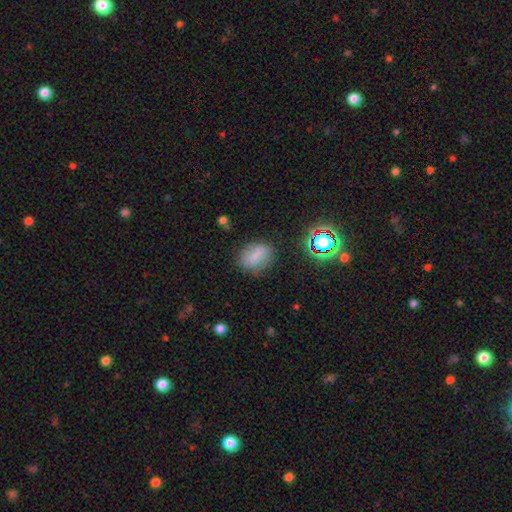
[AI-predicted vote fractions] smooth 69%, star or artifact 16%, featured or disk 15%. Down the decision tree: how rounded — in between (67%); merging — none (77%).